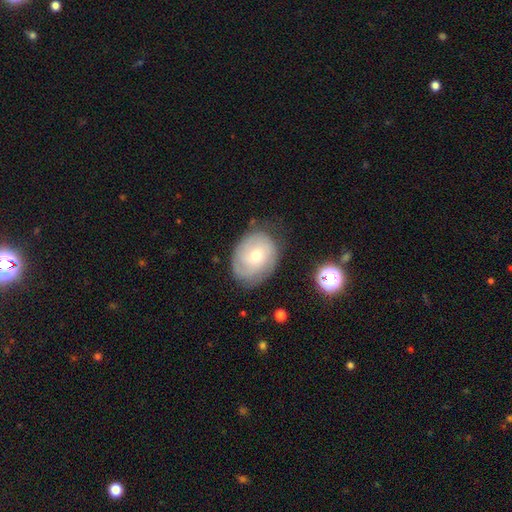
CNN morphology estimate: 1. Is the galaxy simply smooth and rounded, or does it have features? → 54% featured or disk, 38% smooth, 9% star or artifact.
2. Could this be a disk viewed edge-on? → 96% no, 4% yes.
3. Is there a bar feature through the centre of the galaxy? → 74% no, 23% weak, 4% strong.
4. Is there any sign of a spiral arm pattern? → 78% yes, 22% no.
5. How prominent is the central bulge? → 53% moderate, 42% small, 3% large, 1% none, 1% dominant.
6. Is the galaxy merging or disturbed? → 69% none, 22% minor disturbance, 7% major disturbance, 2% merger.